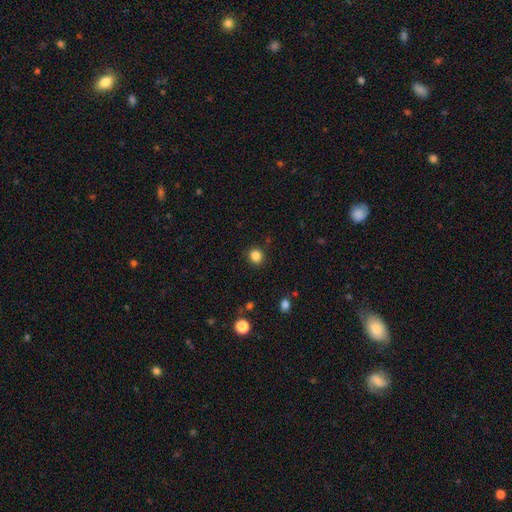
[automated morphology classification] smooth_or_featured: smooth (p=0.85) [alt: star or artifact p=0.11]
how_rounded: round (p=0.83) [alt: in between p=0.16]
merging: none (p=0.90) [alt: minor disturbance p=0.07]